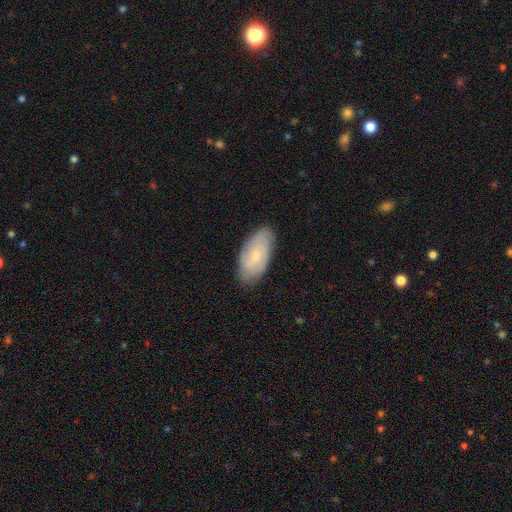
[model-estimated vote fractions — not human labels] A smooth galaxy with no disk features (53%) that is in between round and cigar-shaped (92%). Merging: none (82%).